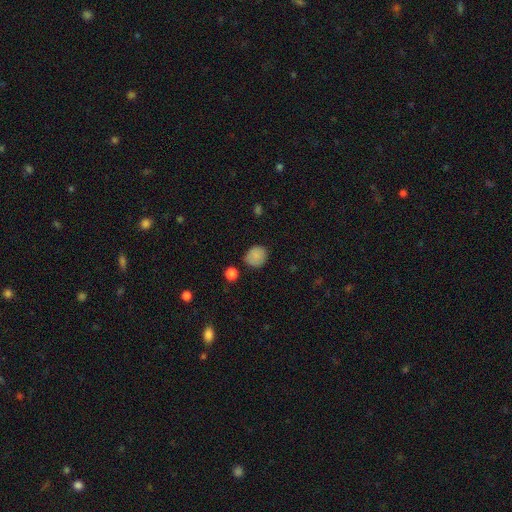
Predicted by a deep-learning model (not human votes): smooth 85%, star or artifact 10%, featured or disk 5%. Down the decision tree: how rounded — round (75%); merging — none (76%).